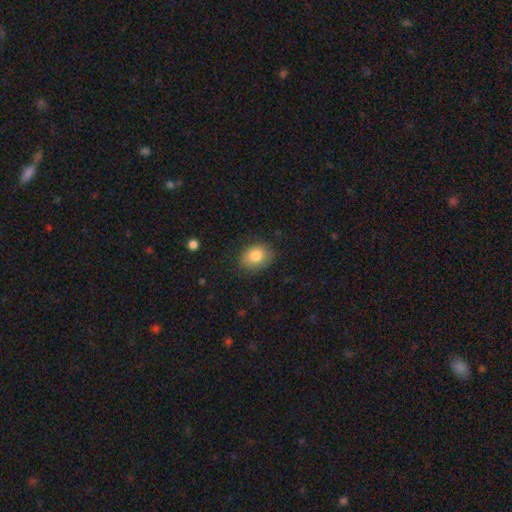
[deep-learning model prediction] smooth_or_featured: smooth (p=0.82) [alt: featured or disk p=0.10]
how_rounded: in between (p=0.62) [alt: round p=0.38]
merging: none (p=0.80) [alt: minor disturbance p=0.16]